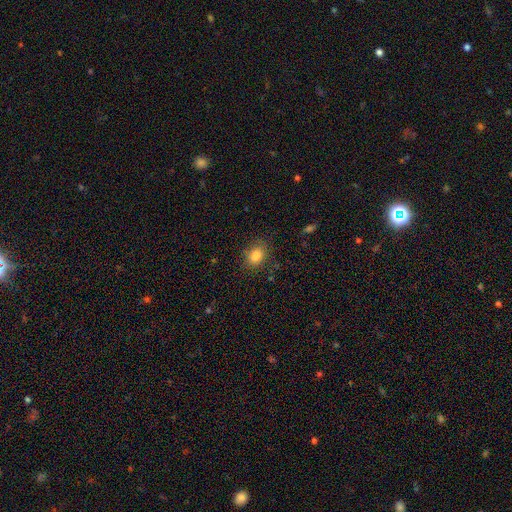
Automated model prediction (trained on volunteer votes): Smooth or featured: smooth — 86% (star or artifact — 9%)
How rounded: in between — 69% (round — 30%)
Merging: none — 80% (minor disturbance — 14%)